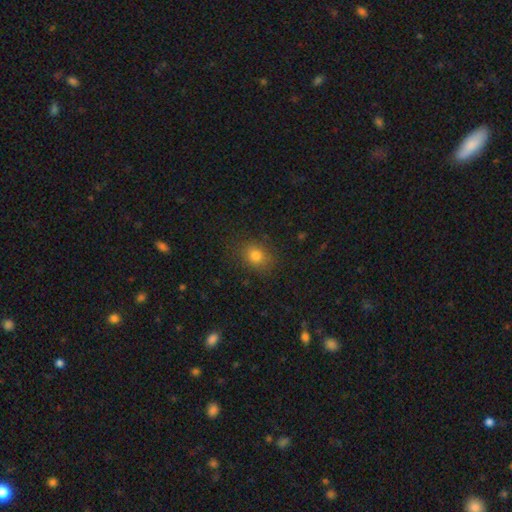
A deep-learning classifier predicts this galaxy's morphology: The model was most divided on "how rounded": round: 54%, in between: 45%, cigar-shaped: 1%. More confident: merging — none (83%); smooth or featured — smooth (80%).